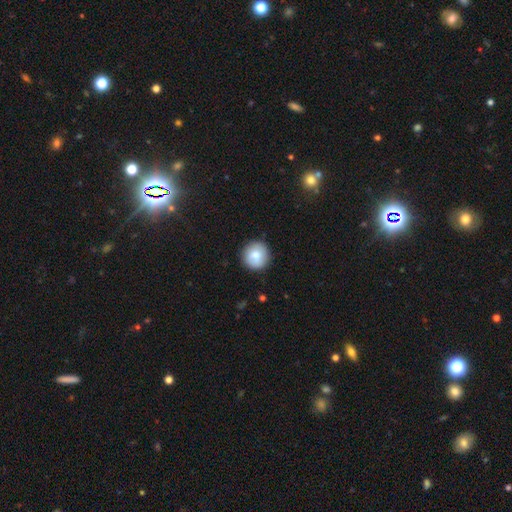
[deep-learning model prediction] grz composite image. It shows a smooth galaxy with no disk features (80%) that is round (94%). Merging: none (87%).